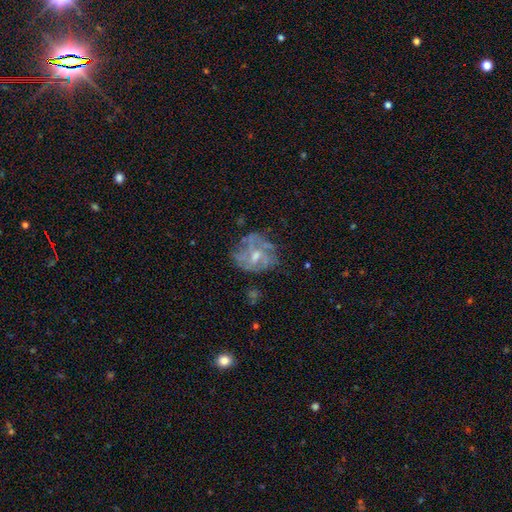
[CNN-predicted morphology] This is likely a featured or disk galaxy (66%). It is clearly not viewed edge-on (97%). Bar: likely no (60%). Spiral arm pattern: possibly yes (57%). Central bulge: possibly moderate (51%). Merging: possibly none (59%).